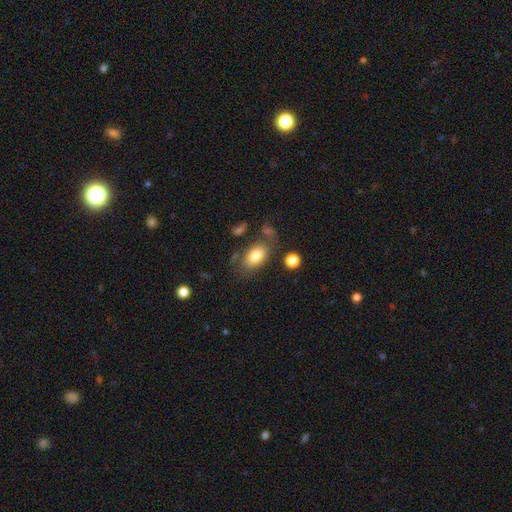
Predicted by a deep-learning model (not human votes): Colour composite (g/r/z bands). It shows a smooth galaxy with no disk features (80%) that is in between round and cigar-shaped (88%). Merging: none (68%).